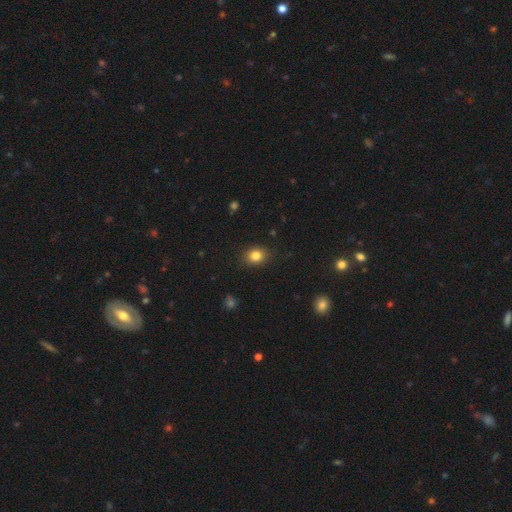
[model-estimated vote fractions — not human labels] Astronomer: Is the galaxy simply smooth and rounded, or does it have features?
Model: smooth — 83%.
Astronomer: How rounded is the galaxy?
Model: round — 58% (runner-up: in between, 41%).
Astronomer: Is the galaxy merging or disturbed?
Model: none — 87%.